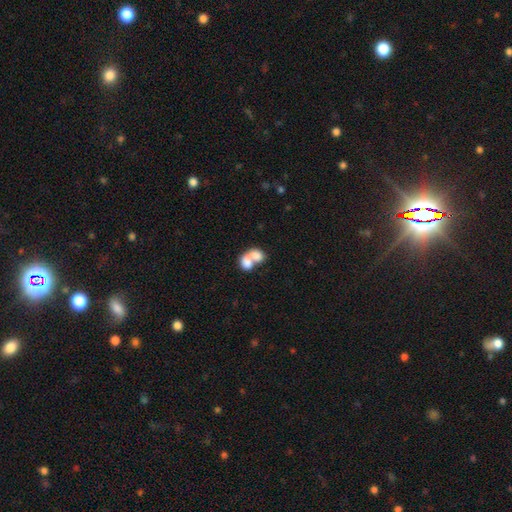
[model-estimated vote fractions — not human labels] Smooth or featured? Predicted: smooth (p=0.76). How rounded? Predicted: in between (p=0.70). Merging? Predicted: merger (p=0.75).